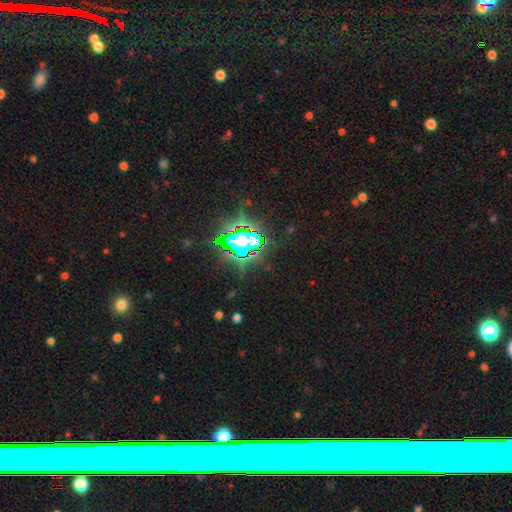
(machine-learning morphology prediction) A star or artifact, not a galaxy (74%).